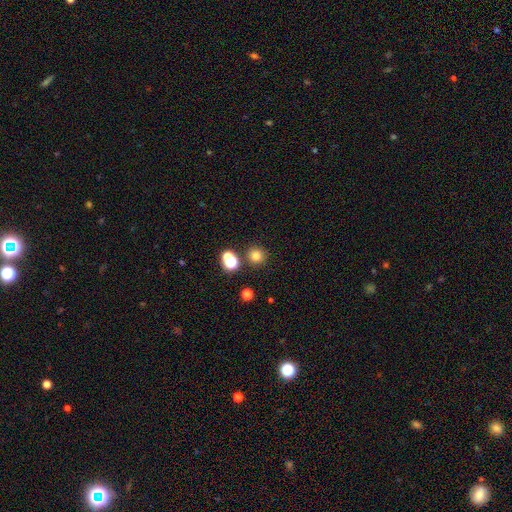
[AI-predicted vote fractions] Smooth or featured? smooth (77%)
How rounded? round (92%)
Merging? none (81%)